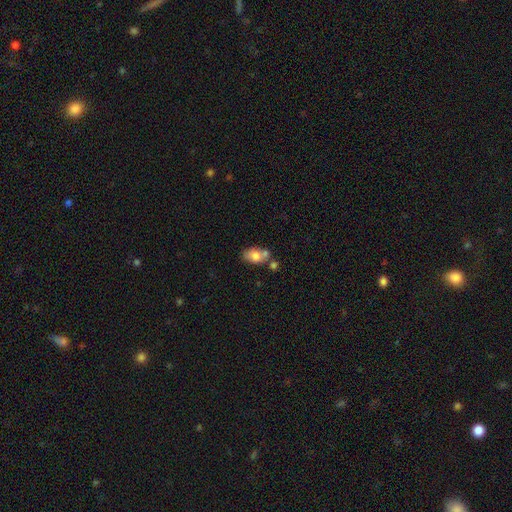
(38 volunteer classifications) smooth_or_featured: smooth (p=0.79) [alt: featured or disk p=0.16]
how_rounded: in between (p=0.80) [alt: round p=0.20]
merging: none (p=0.58) [alt: merger p=0.25]